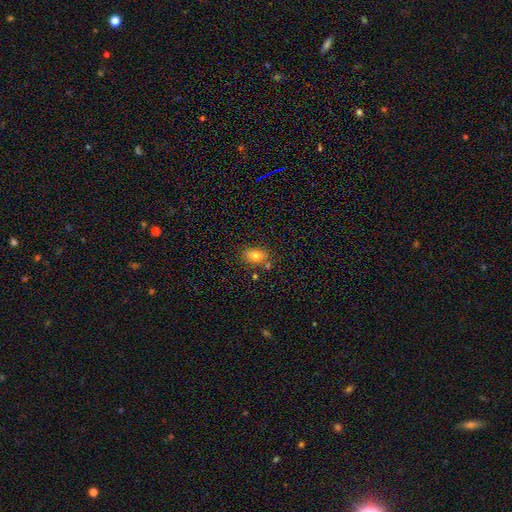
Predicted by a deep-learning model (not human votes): smooth-or-featured: smooth: 77% | featured or disk: 12% | star or artifact: 11%
  how-rounded: in between: 76% | round: 22% | cigar-shaped: 2%
  merging: none: 73% | minor disturbance: 14% | merger: 10% | major disturbance: 4%